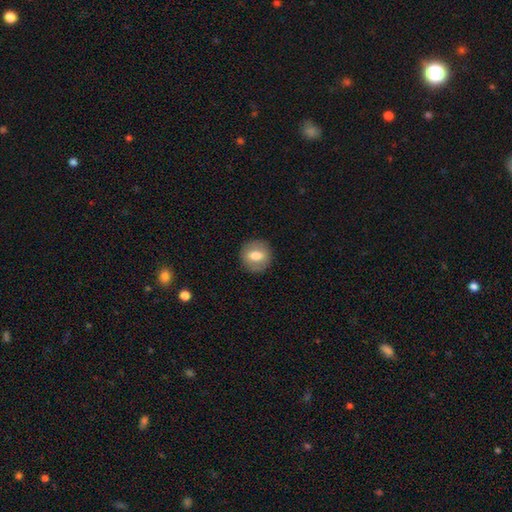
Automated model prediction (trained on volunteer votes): smooth-or-featured: smooth: 64% | featured or disk: 28% | star or artifact: 8%
  how-rounded: round: 84% | in between: 15% | cigar-shaped: 1%
  merging: none: 88% | minor disturbance: 8% | major disturbance: 3% | merger: 1%